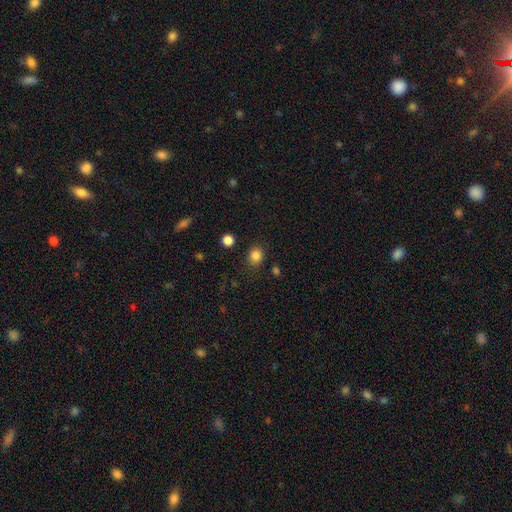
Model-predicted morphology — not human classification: Smooth or featured?
  - smooth: 84% *
  - star or artifact: 12%
  - featured or disk: 4%
How rounded?
  - round: 73% *
  - in between: 26%
  - cigar-shaped: 1%
Merging?
  - none: 84% *
  - minor disturbance: 10%
  - major disturbance: 3%
  - merger: 3%